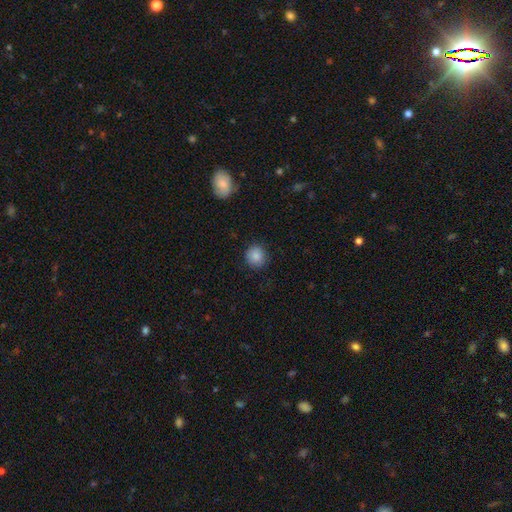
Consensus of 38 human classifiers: Q: Smooth or featured?
A: smooth (95%); runner-up: featured or disk (5%)
Q: How rounded?
A: round (89%); runner-up: in between (11%)
Q: Merging?
A: none (84%); runner-up: minor disturbance (13%)